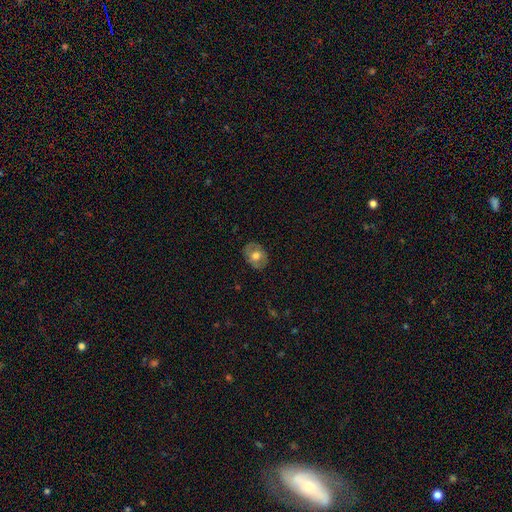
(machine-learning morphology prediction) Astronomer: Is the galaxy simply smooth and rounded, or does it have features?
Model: smooth — 58% (runner-up: featured or disk, 35%).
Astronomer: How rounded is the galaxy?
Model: in between — 59% (runner-up: round, 40%).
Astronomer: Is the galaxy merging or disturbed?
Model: none — 80%.